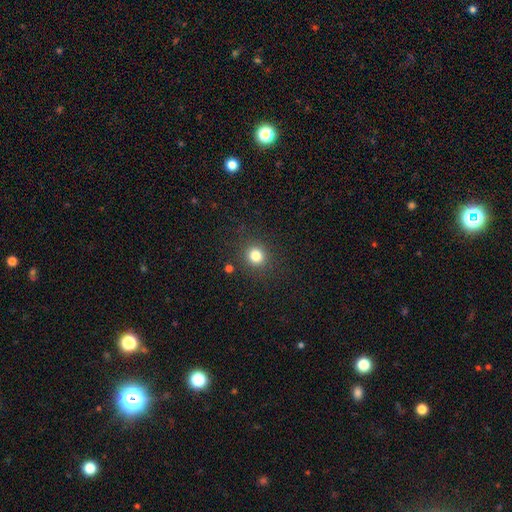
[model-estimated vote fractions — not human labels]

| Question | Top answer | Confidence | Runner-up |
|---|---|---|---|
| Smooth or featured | smooth | 81% | star or artifact (13%) |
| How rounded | round | 86% | in between (13%) |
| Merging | none | 88% | minor disturbance (7%) |